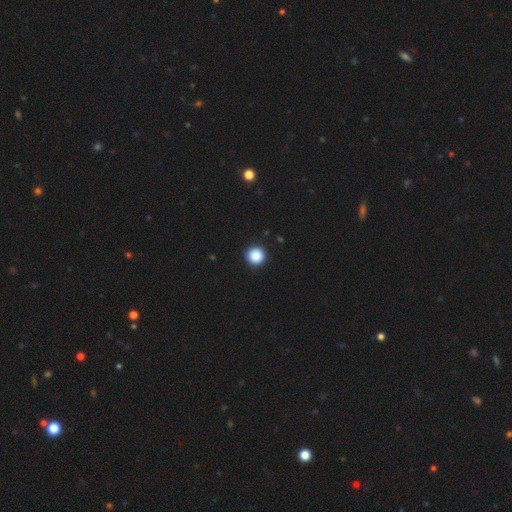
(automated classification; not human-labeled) A smooth galaxy with no disk features (88%) that is round (96%).

Vote fractions:
- Smooth or featured? smooth: 88% / star or artifact: 10% / featured or disk: 2%
- How rounded? round: 96% / in between: 3% / cigar-shaped: 1%
- Merging? none: 93% / minor disturbance: 4% / major disturbance: 2% / merger: 1%